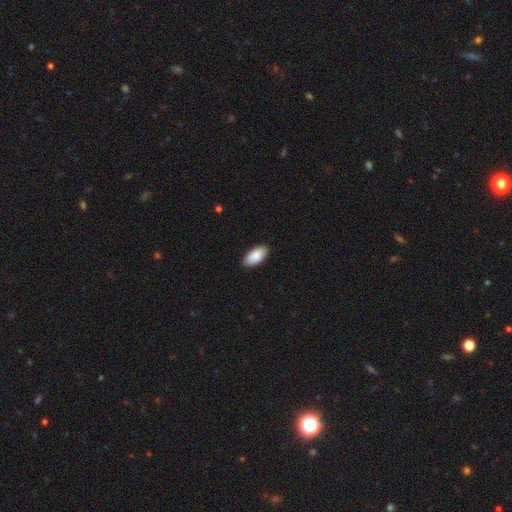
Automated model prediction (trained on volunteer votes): Q: Smooth or featured?
A: smooth (89%); runner-up: featured or disk (6%)
Q: How rounded?
A: in between (93%); runner-up: cigar-shaped (5%)
Q: Merging?
A: none (88%); runner-up: minor disturbance (9%)